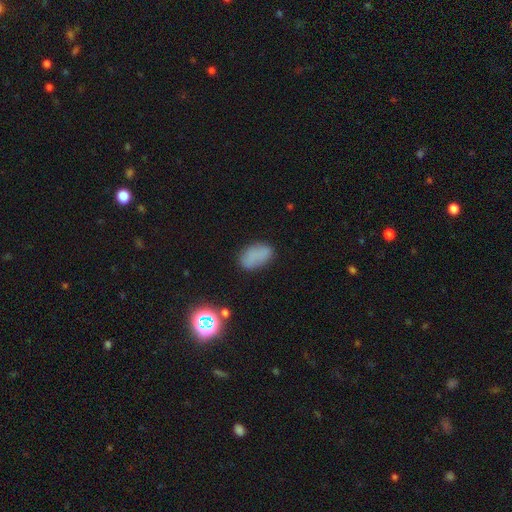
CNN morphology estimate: Smooth or featured?
  - smooth: 77% *
  - star or artifact: 14%
  - featured or disk: 9%
How rounded?
  - in between: 91% *
  - round: 7%
  - cigar-shaped: 2%
Merging?
  - none: 74% *
  - minor disturbance: 18%
  - major disturbance: 6%
  - merger: 3%